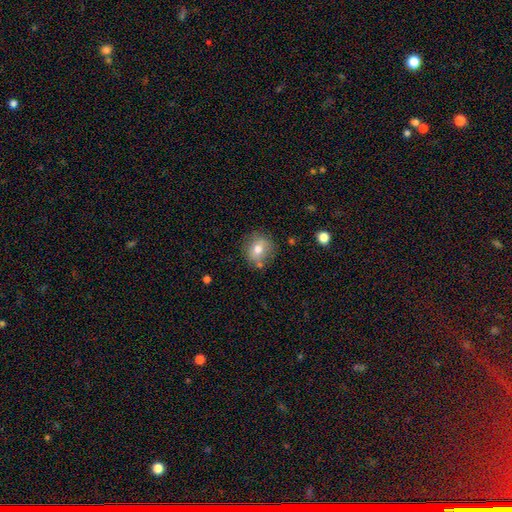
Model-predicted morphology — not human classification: A smooth galaxy with no disk features (71%) that is round (77%). Merging: none (74%).